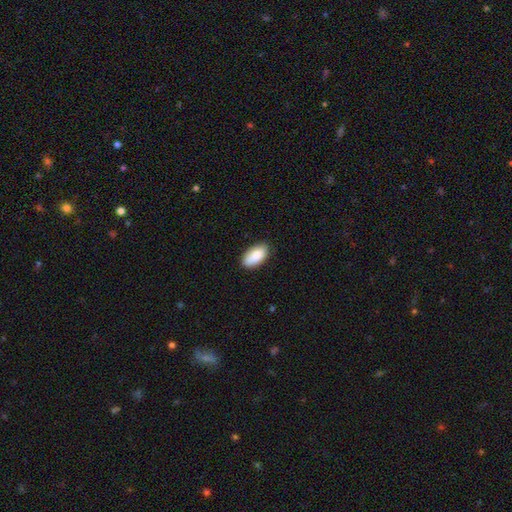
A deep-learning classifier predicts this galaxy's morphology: Q: Smooth or featured?
A: smooth (89%); runner-up: star or artifact (6%)
Q: How rounded?
A: in between (94%); runner-up: cigar-shaped (3%)
Q: Merging?
A: none (84%); runner-up: minor disturbance (12%)